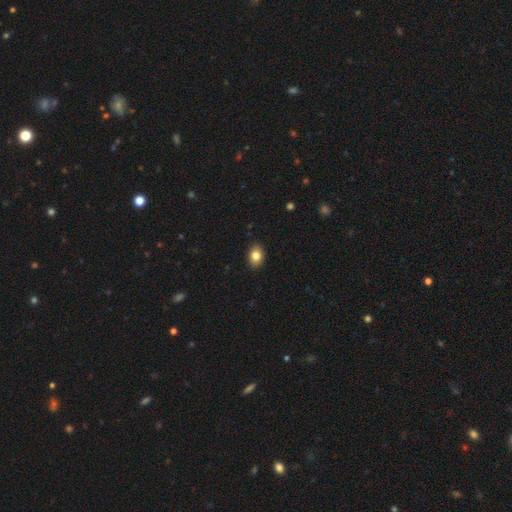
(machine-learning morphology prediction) Smooth or featured? Predicted: smooth (p=0.83). How rounded? Predicted: in between (p=0.73). Merging? Predicted: none (p=0.90).